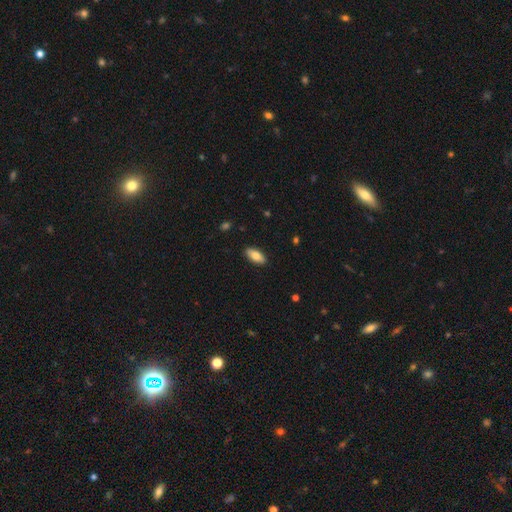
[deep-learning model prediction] Smooth or featured? smooth (80%)
How rounded? in between (87%)
Merging? none (89%)